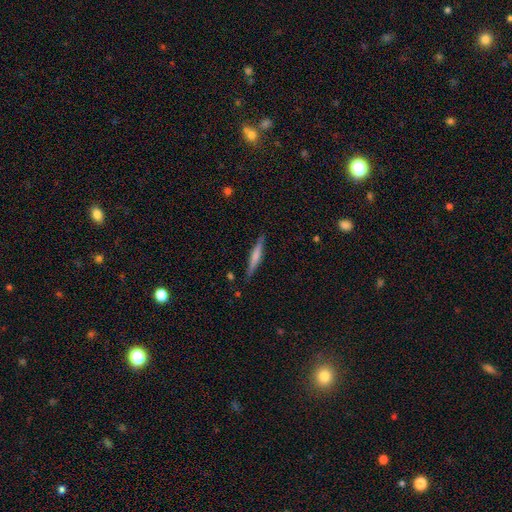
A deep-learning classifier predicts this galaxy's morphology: Overall: smooth (48%; featured or disk 47%). Merging: none (88%).